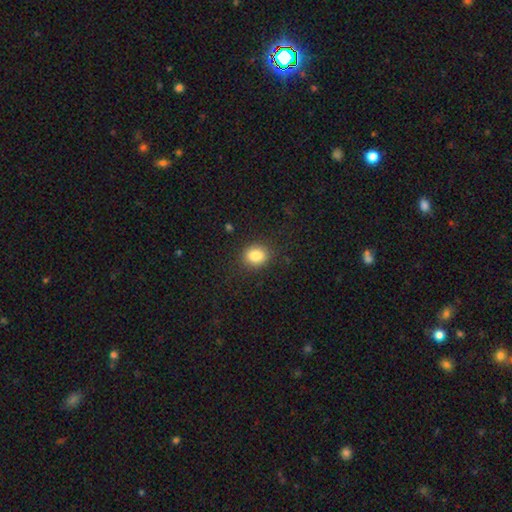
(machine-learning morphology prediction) smooth-or-featured: smooth: 84% | star or artifact: 10% | featured or disk: 6%
  how-rounded: round: 69% | in between: 30% | cigar-shaped: 1%
  merging: none: 87% | minor disturbance: 9% | major disturbance: 3% | merger: 1%